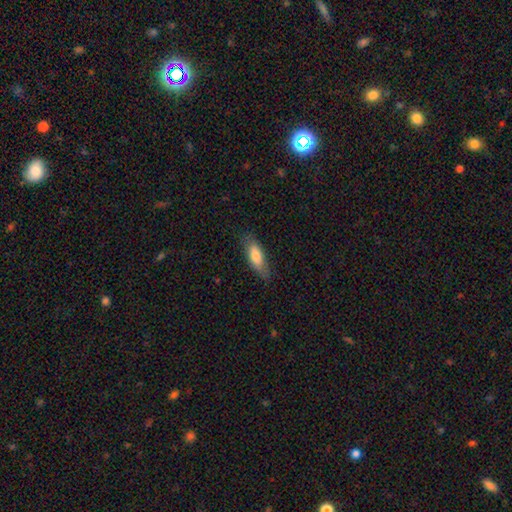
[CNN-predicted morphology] A smooth galaxy with no disk features (76%) that is in between round and cigar-shaped (62%).

Vote fractions:
- Smooth or featured? smooth: 76% / featured or disk: 18% / star or artifact: 6%
- How rounded? in between: 62% / cigar-shaped: 36% / round: 2%
- Merging? none: 77% / minor disturbance: 18% / major disturbance: 4% / merger: 1%